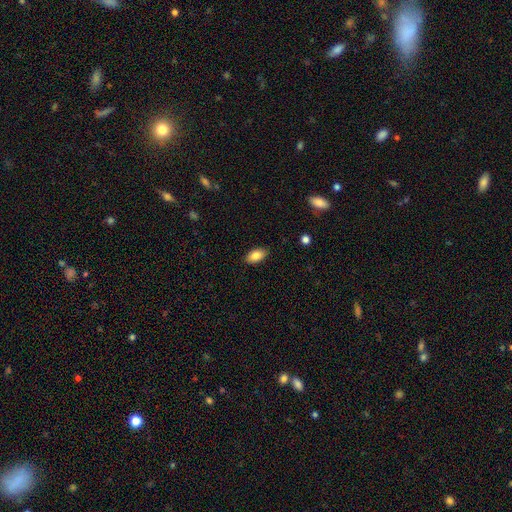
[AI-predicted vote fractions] Smooth or featured? Predicted: smooth (p=0.85). How rounded? Predicted: in between (p=0.93). Merging? Predicted: none (p=0.87).